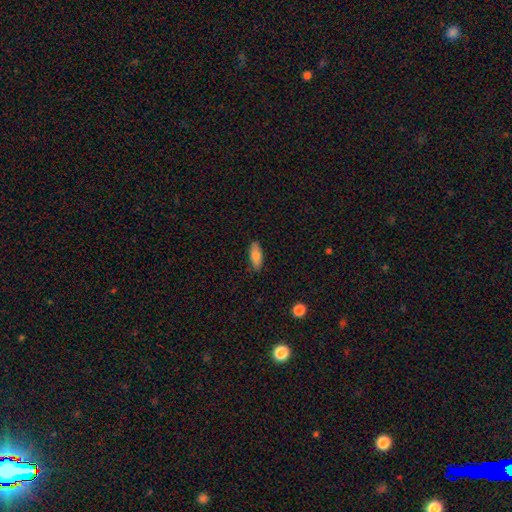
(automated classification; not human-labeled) The model was most divided on "how rounded": in between: 76%, cigar-shaped: 21%, round: 2%. More confident: merging — none (86%); smooth or featured — smooth (82%).